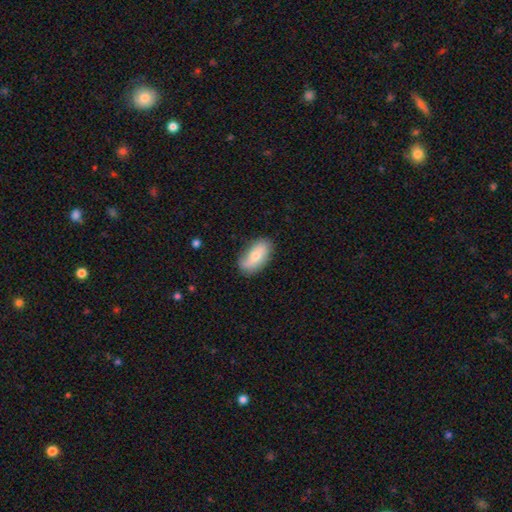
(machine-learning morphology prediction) Smooth or featured: smooth — 62% (featured or disk — 31%)
How rounded: in between — 91% (cigar-shaped — 5%)
Merging: none — 73% (minor disturbance — 20%)